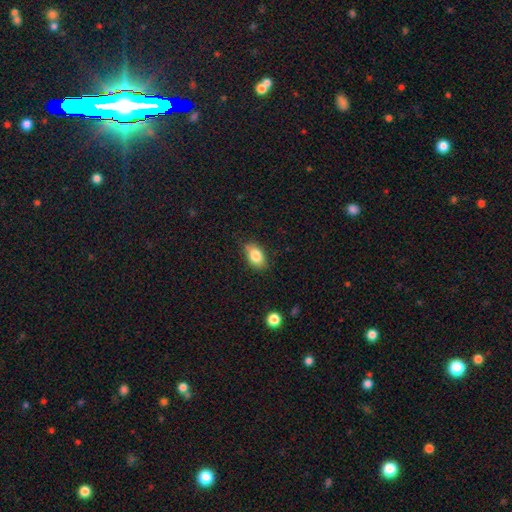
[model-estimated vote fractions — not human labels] This appears to be a smooth galaxy with no disk features (83%) that is in between round and cigar-shaped (88%). Merging: none (79%).